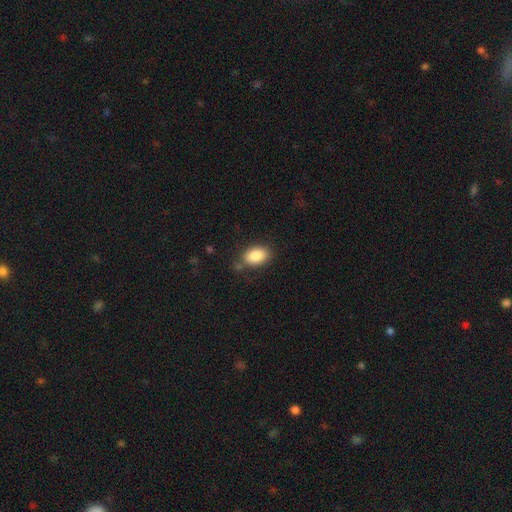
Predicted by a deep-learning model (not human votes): Morphology: type=smooth (87%); roundness=in between (89%); merging=none (77%).